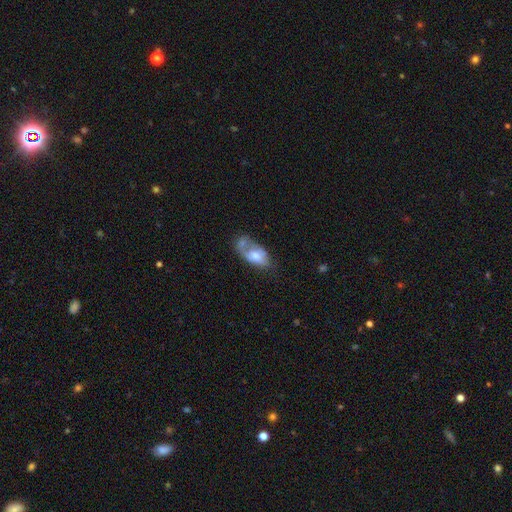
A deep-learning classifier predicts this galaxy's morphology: Smooth or featured: smooth — 58% (featured or disk — 34%)
How rounded: in between — 91% (round — 6%)
Merging: merger — 29% (none — 25%)